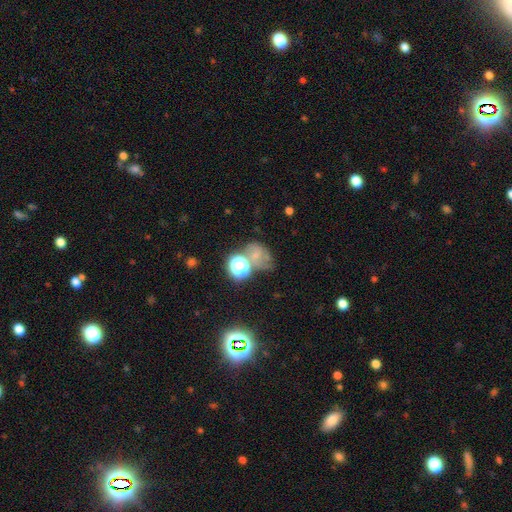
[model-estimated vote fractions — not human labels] Morphology: type=smooth (50%); merging=none (35%).